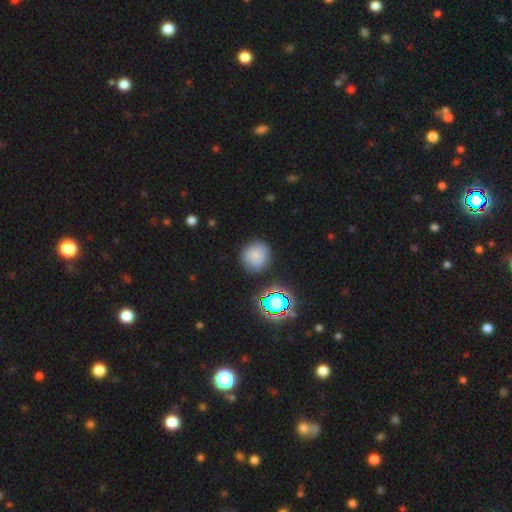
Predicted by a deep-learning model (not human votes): Q: Smooth or featured?
A: smooth (77%); runner-up: star or artifact (15%)
Q: How rounded?
A: round (91%); runner-up: in between (8%)
Q: Merging?
A: none (84%); runner-up: minor disturbance (10%)